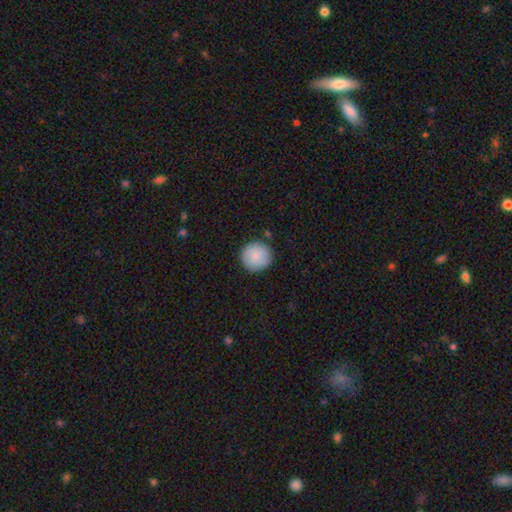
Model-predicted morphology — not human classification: Smooth or featured? Predicted: smooth (p=0.86). How rounded? Predicted: round (p=0.96). Merging? Predicted: none (p=0.88).